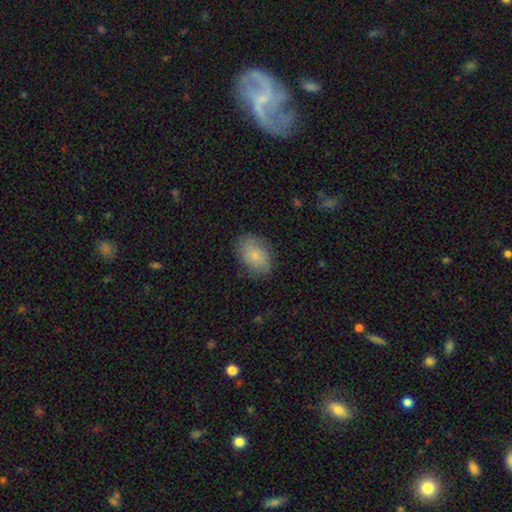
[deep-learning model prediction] The model was most divided on "how rounded": in between: 81%, round: 17%, cigar-shaped: 1%. More confident: merging — none (80%); smooth or featured — smooth (79%).